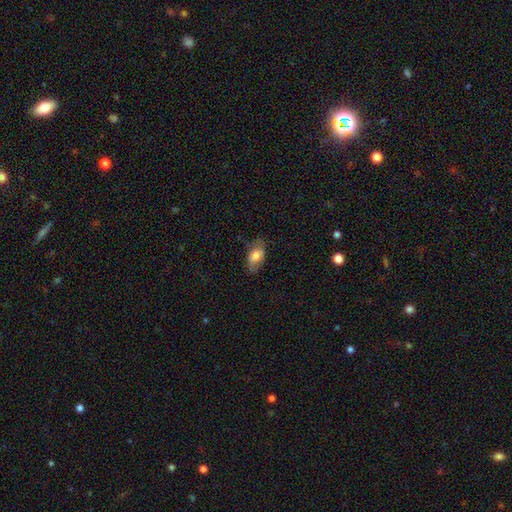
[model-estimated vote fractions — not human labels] A smooth galaxy with no disk features (73%) that is in between round and cigar-shaped (91%). Merging: none (68%).